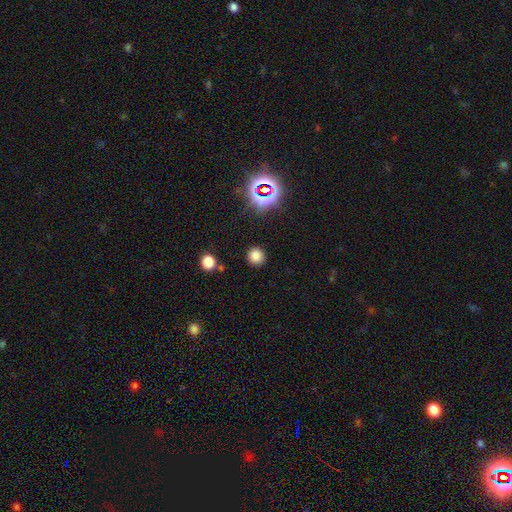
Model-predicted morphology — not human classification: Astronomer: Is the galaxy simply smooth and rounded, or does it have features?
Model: smooth — 78%.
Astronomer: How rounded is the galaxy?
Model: round — 90%.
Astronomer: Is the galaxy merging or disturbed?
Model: none — 89%.